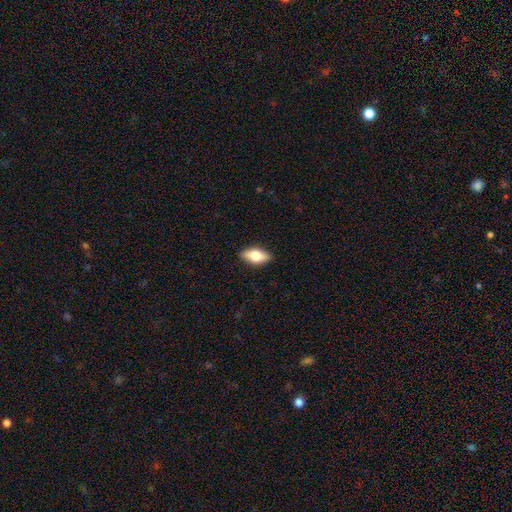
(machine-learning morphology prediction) The model was most divided on "smooth or featured": smooth: 62%, featured or disk: 31%, star or artifact: 7%. More confident: merging — none (87%); how rounded — in between (82%).